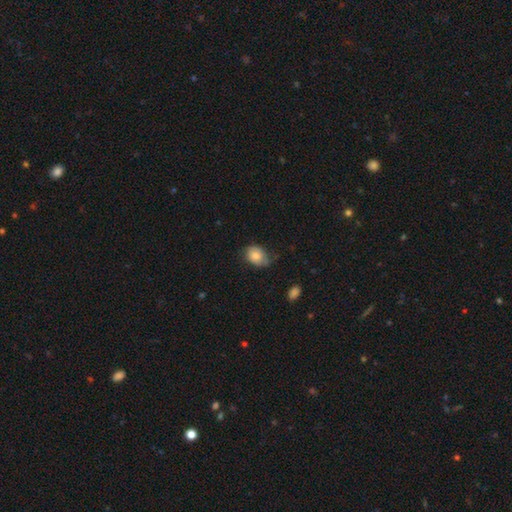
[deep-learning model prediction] Smooth or featured: smooth — 79% (featured or disk — 14%)
How rounded: in between — 69% (round — 30%)
Merging: none — 53% (minor disturbance — 34%)